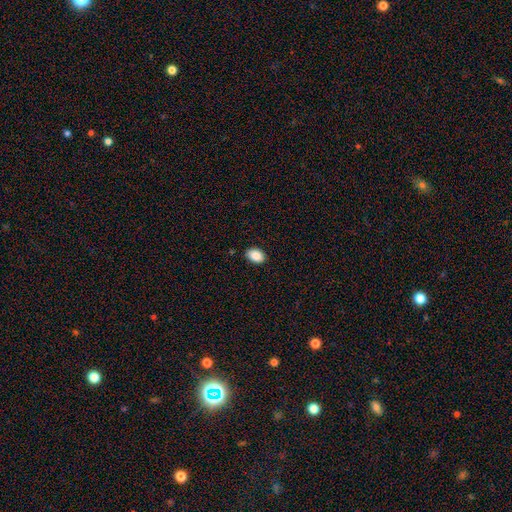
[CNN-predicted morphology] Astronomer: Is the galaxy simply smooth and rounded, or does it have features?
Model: smooth — 89%.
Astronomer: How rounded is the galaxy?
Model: in between — 83%.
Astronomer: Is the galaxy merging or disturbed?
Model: none — 88%.